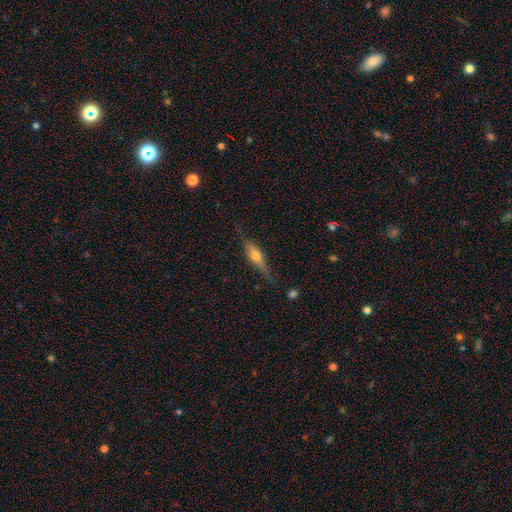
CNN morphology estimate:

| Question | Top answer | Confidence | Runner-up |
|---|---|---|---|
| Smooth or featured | featured or disk | 58% | smooth (35%) |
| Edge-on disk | yes | 93% | no (7%) |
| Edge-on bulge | rounded | 91% | boxy (5%) |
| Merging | none | 78% | minor disturbance (17%) |